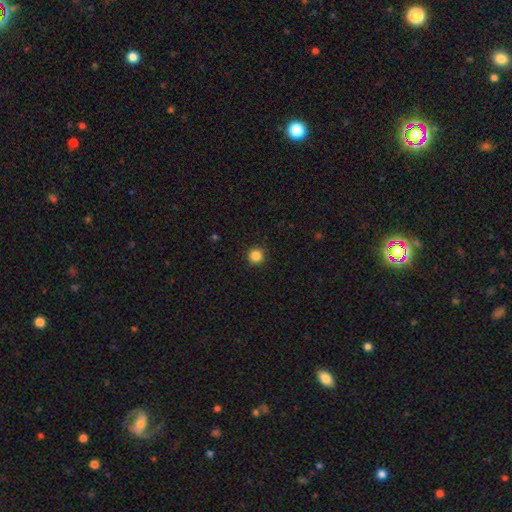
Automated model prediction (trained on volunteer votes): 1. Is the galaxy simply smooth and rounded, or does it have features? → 85% smooth, 11% star or artifact, 3% featured or disk.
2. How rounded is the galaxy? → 96% round, 3% in between, 1% cigar-shaped.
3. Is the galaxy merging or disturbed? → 93% none, 4% minor disturbance, 2% major disturbance, 1% merger.